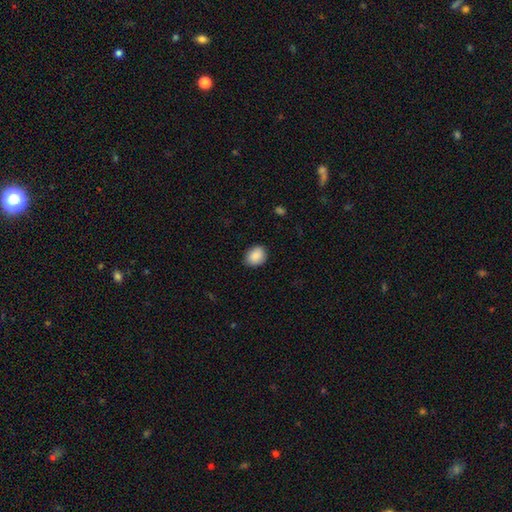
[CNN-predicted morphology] type=smooth (88%); roundness=round (50%); merging=none (85%).